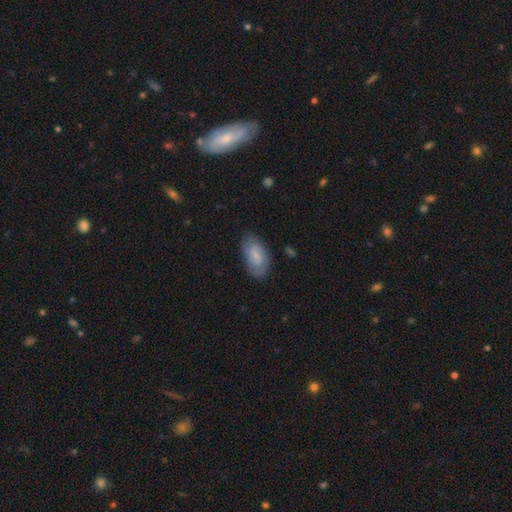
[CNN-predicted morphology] Q: Smooth or featured?
A: smooth (51%); runner-up: featured or disk (42%)
Q: How rounded?
A: in between (92%); runner-up: round (4%)
Q: Merging?
A: none (77%); runner-up: minor disturbance (17%)